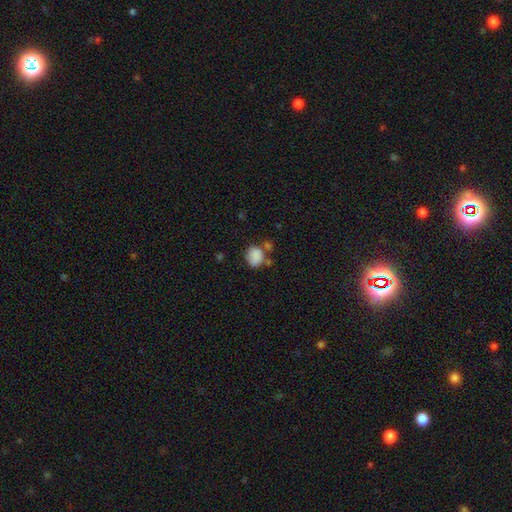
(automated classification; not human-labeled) A smooth galaxy with no disk features (82%) that is round (54%).

Vote fractions:
- Smooth or featured? smooth: 82% / star or artifact: 9% / featured or disk: 9%
- How rounded? round: 54% / in between: 45% / cigar-shaped: 1%
- Merging? none: 47% / minor disturbance: 23% / merger: 19% / major disturbance: 10%